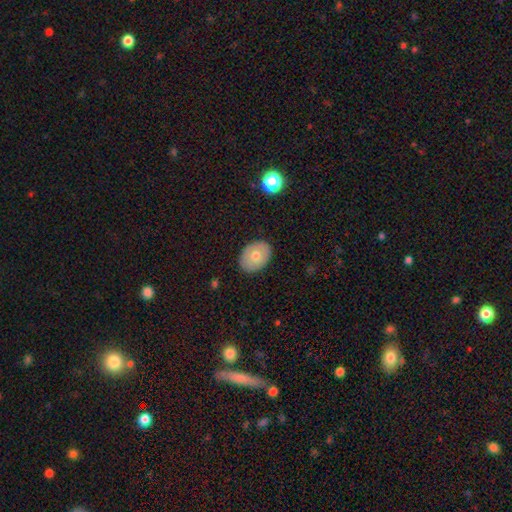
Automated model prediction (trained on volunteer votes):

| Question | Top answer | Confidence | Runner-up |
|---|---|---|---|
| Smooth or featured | smooth | 67% | featured or disk (26%) |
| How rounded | in between | 72% | round (27%) |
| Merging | none | 88% | minor disturbance (9%) |